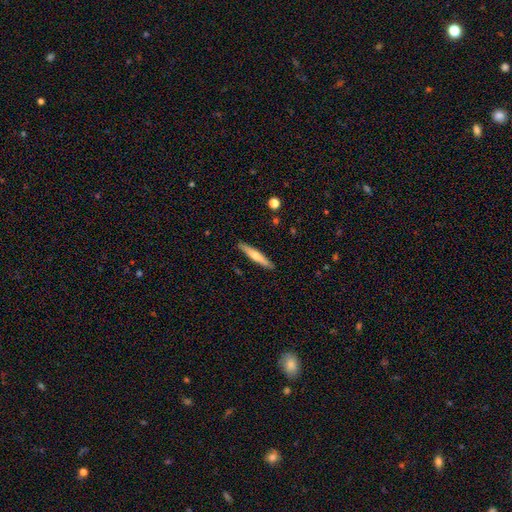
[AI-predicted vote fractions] Overall: smooth (51%; featured or disk 43%). How rounded: cigar-shaped (91%). Merging: none (90%).